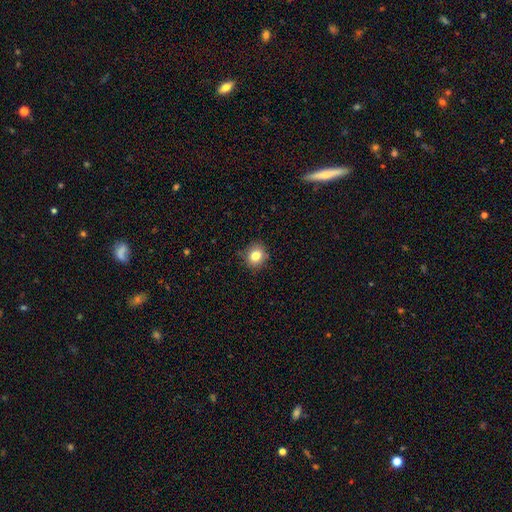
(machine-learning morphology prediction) Smooth or featured? Predicted: smooth (p=0.82). How rounded? Predicted: round (p=0.78). Merging? Predicted: none (p=0.85).